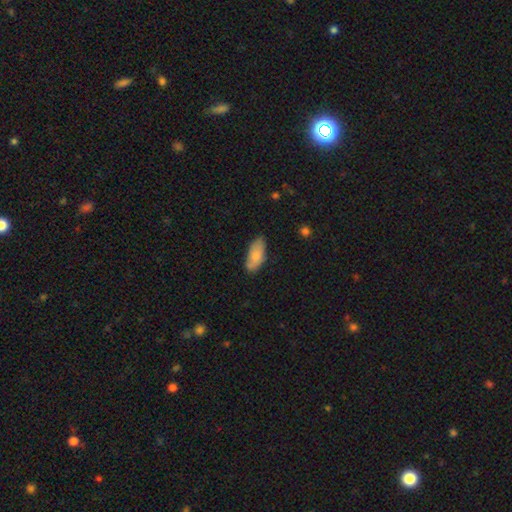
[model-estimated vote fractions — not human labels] Morphology: type=smooth (78%); roundness=in between (88%); merging=none (73%).